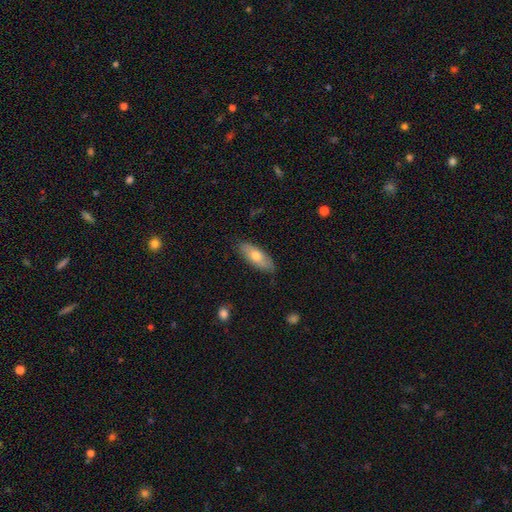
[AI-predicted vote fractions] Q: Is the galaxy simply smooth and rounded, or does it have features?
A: smooth — 69%.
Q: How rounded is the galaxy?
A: in between — 70%.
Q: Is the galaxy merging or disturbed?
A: none — 85%.